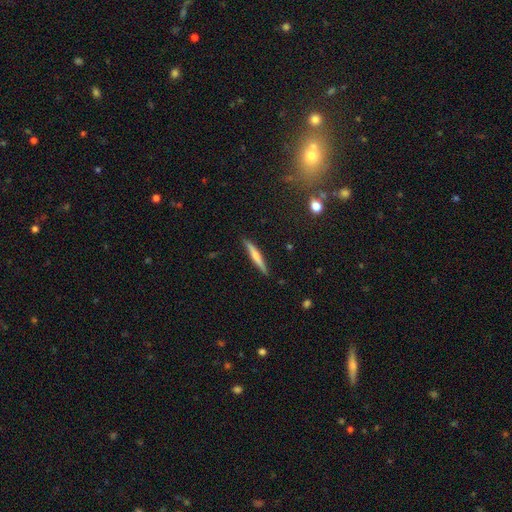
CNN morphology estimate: smooth-or-featured: smooth: 52% | featured or disk: 42% | star or artifact: 7%
  how-rounded: cigar-shaped: 94% | in between: 4% | round: 2%
  merging: none: 88% | minor disturbance: 9% | major disturbance: 2% | merger: 1%